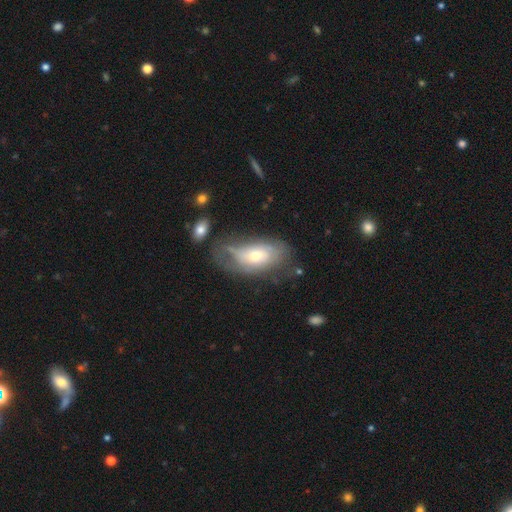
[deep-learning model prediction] smooth-or-featured: featured or disk: 48% | smooth: 44% | star or artifact: 8%
  merging: none: 42% | minor disturbance: 29% | major disturbance: 22% | merger: 7%